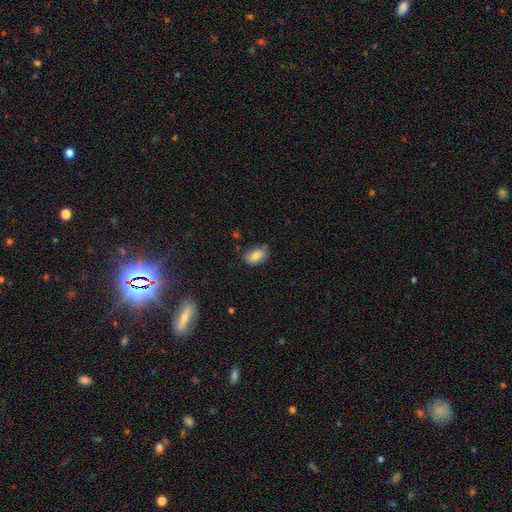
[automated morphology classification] Smooth or featured? Predicted: smooth (p=0.83). How rounded? Predicted: in between (p=0.89). Merging? Predicted: none (p=0.65).